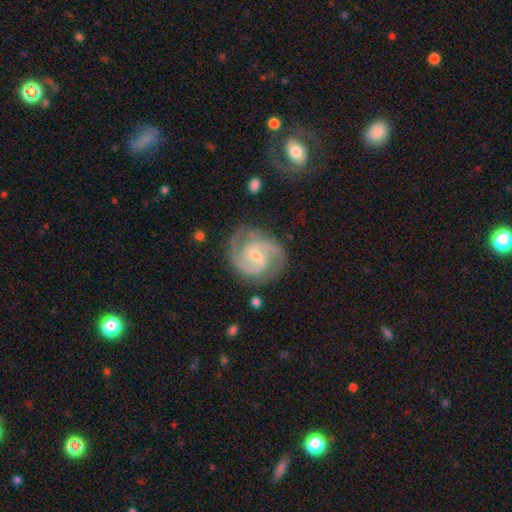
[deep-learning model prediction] Smooth or featured? Predicted: featured or disk (p=0.91). Edge-on disk? Predicted: no (p=0.98). Bar? Predicted: weak (p=0.51). Spiral arms? Predicted: yes (p=0.98). Spiral winding? Predicted: medium (p=0.50). Spiral arm count? Predicted: 2 (p=0.85). Bulge size? Predicted: small (p=0.68). Merging? Predicted: none (p=0.80).